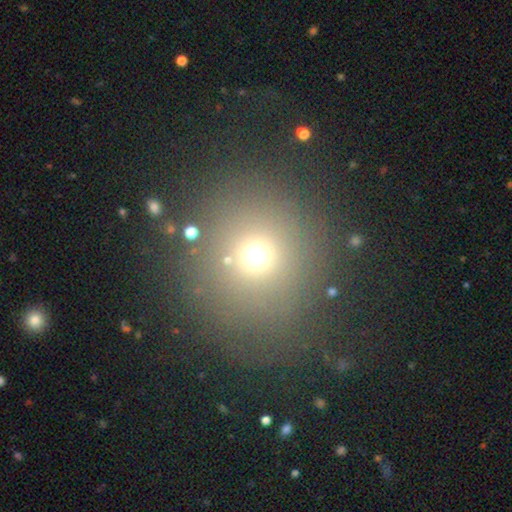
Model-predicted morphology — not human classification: smooth-or-featured: smooth: 66% | star or artifact: 26% | featured or disk: 8%
  how-rounded: round: 92% | in between: 7% | cigar-shaped: 1%
  merging: none: 82% | minor disturbance: 8% | major disturbance: 5% | merger: 4%